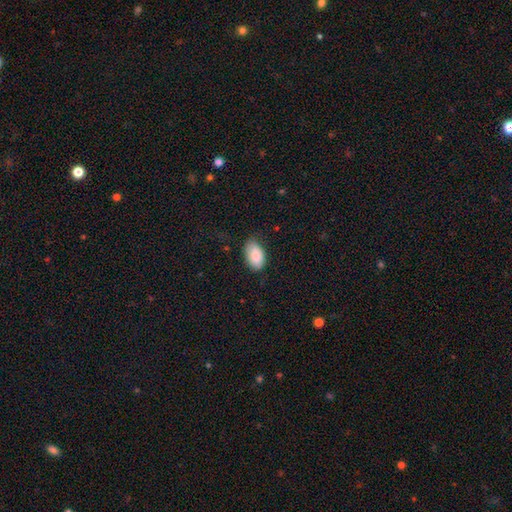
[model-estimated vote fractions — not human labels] Smooth or featured?
  - smooth: 86% *
  - featured or disk: 8%
  - star or artifact: 7%
How rounded?
  - in between: 93% *
  - round: 5%
  - cigar-shaped: 1%
Merging?
  - none: 75% *
  - minor disturbance: 20%
  - major disturbance: 4%
  - merger: 1%